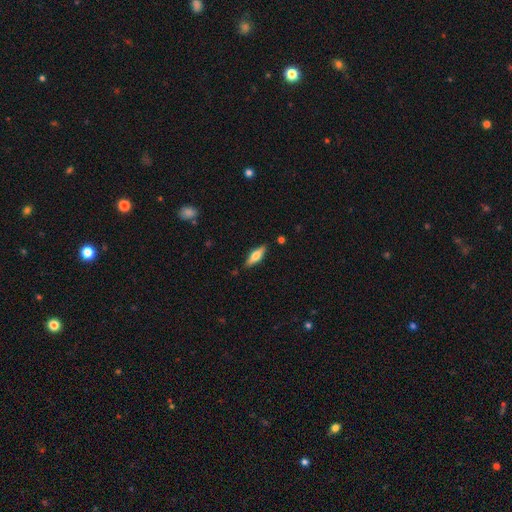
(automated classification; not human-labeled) The model was most divided on "smooth or featured" (2-way tie): smooth: 47%, featured or disk: 47%, star or artifact: 6%. More confident: merging — none (87%).